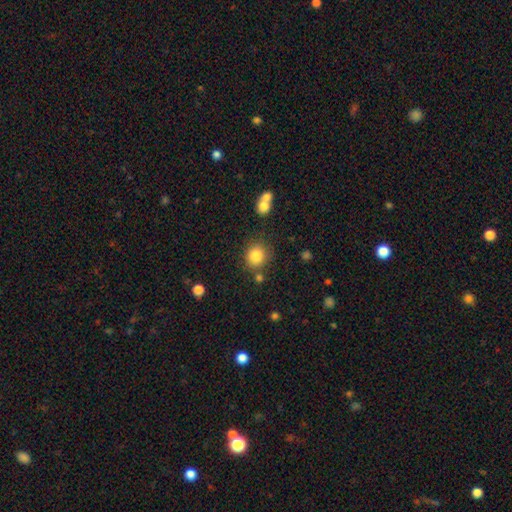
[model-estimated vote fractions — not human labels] A smooth galaxy with no disk features (84%) that is round (82%).

Vote fractions:
- Smooth or featured? smooth: 84% / star or artifact: 10% / featured or disk: 6%
- How rounded? round: 82% / in between: 17% / cigar-shaped: 1%
- Merging? none: 77% / minor disturbance: 11% / merger: 8% / major disturbance: 4%